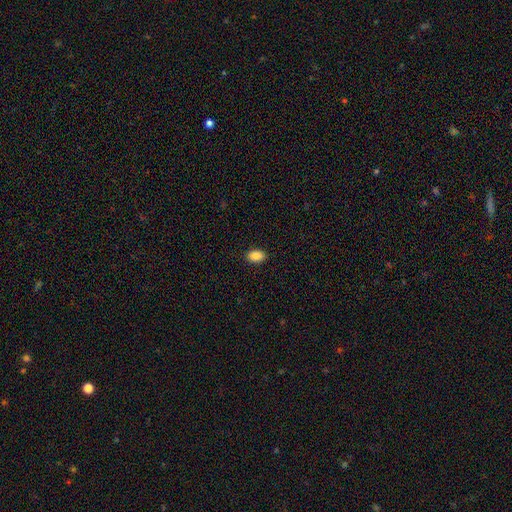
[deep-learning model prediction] Smooth or featured? Predicted: smooth (p=0.88). How rounded? Predicted: in between (p=0.86). Merging? Predicted: none (p=0.90).